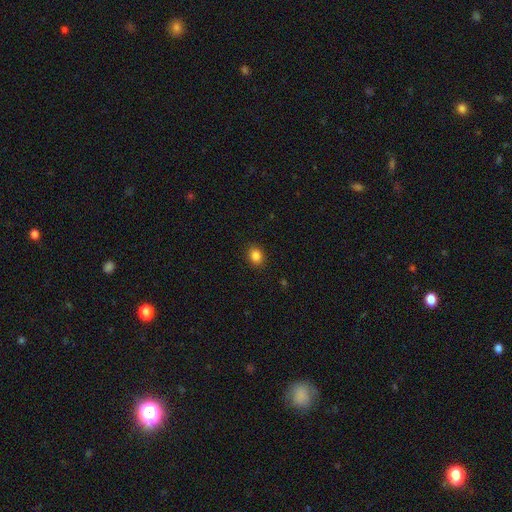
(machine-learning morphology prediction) smooth_or_featured: smooth (p=0.85) [alt: star or artifact p=0.10]
how_rounded: round (p=0.50) [alt: in between p=0.49]
merging: none (p=0.89) [alt: minor disturbance p=0.08]